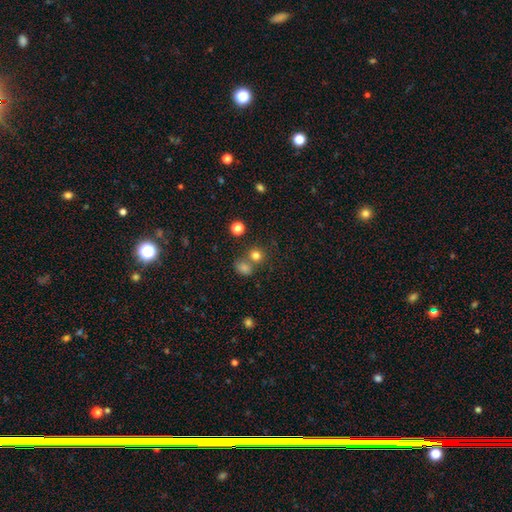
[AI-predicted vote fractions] Smooth or featured: smooth — 78% (star or artifact — 15%)
How rounded: round — 81% (in between — 18%)
Merging: none — 61% (merger — 27%)